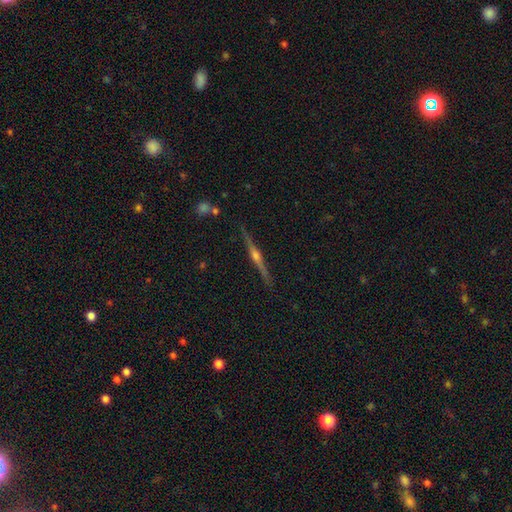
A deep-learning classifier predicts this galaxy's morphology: Smooth or featured? Predicted: featured or disk (p=0.85). Edge-on disk? Predicted: yes (p=0.99). Edge-on bulge? Predicted: rounded (p=0.92). Merging? Predicted: none (p=0.91).